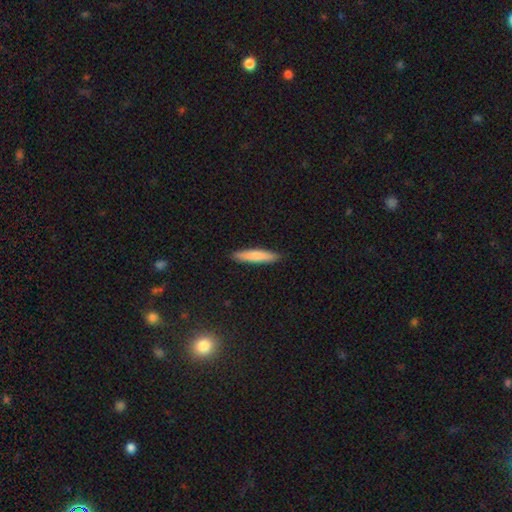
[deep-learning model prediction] Smooth or featured? Predicted: smooth (p=0.80). How rounded? Predicted: cigar-shaped (p=0.88). Merging? Predicted: none (p=0.90).